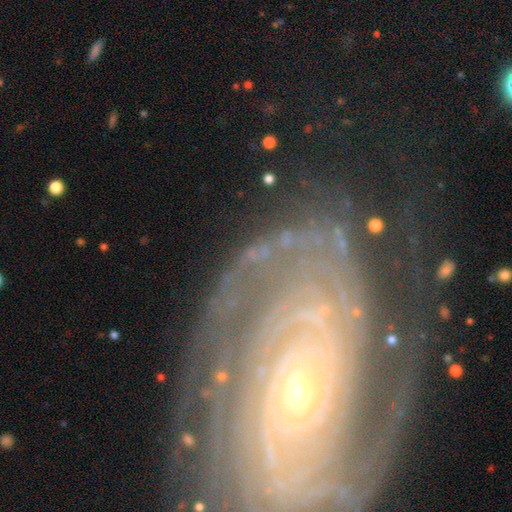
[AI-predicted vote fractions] This is clearly a featured or disk galaxy (80%). It is clearly not viewed edge-on (95%). Bar: possibly no (55%). Spiral arm pattern: clearly yes (95%). Spiral arm count: marginally can't tell (28%). Spiral winding: likely tight (79%). Central bulge: likely small (67%). Merging: likely none (71%).